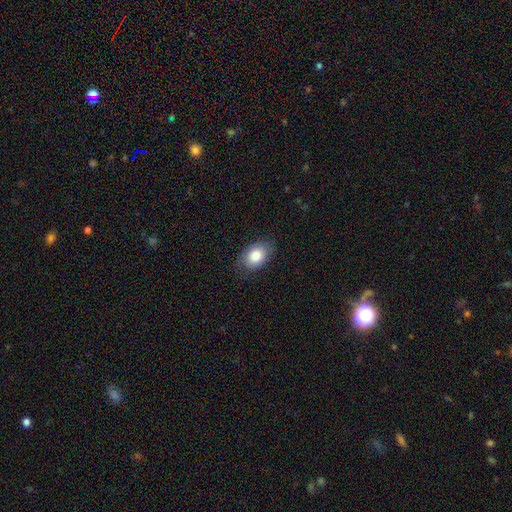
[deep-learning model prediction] Morphology: type=smooth (82%); roundness=in between (84%); merging=none (77%).